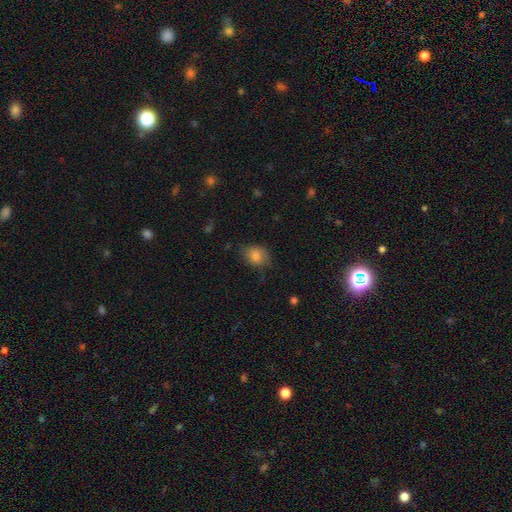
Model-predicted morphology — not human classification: This is clearly a smooth galaxy (80%). How rounded: possibly in between (59%). Merging: likely none (61%).